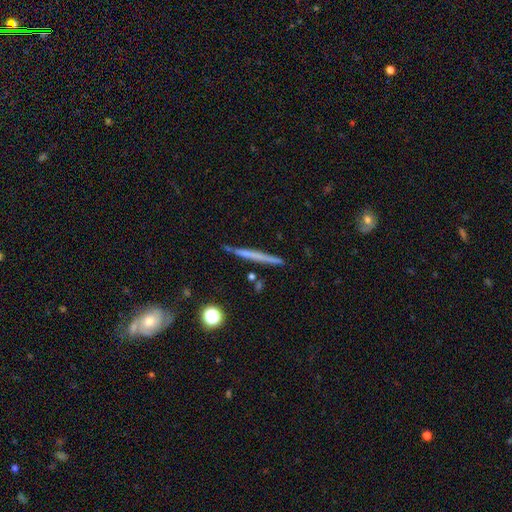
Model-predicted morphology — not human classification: This appears to be a featured or disk galaxy (54%) viewed edge-on (95%) with no central bulge (73%). Merging: none (88%).